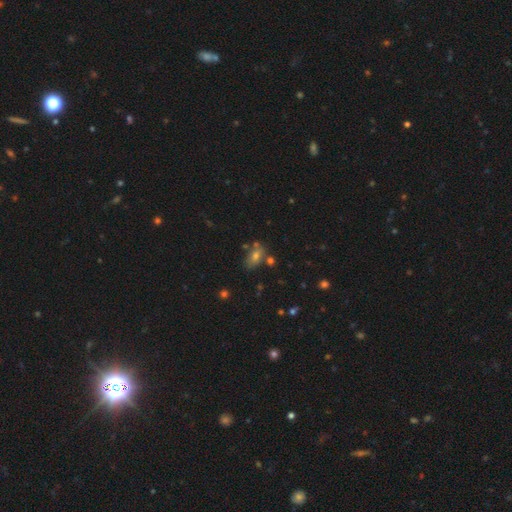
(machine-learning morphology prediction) Smooth or featured?
  - smooth: 63% *
  - star or artifact: 20%
  - featured or disk: 17%
How rounded?
  - in between: 79% *
  - round: 15%
  - cigar-shaped: 6%
Merging?
  - none: 64% *
  - minor disturbance: 16%
  - merger: 14%
  - major disturbance: 5%